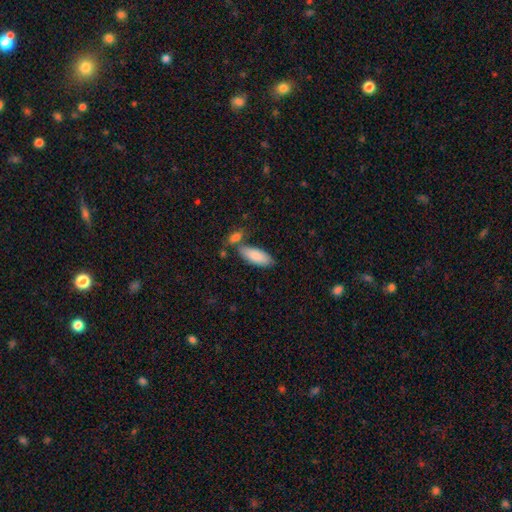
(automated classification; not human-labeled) A smooth galaxy with no disk features (85%) that is in between round and cigar-shaped (77%). Merging: none (65%).